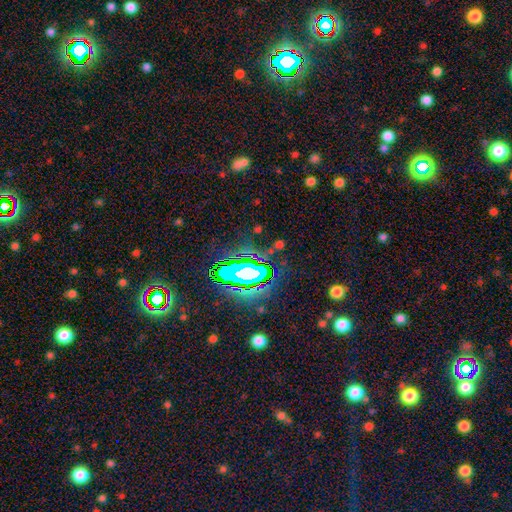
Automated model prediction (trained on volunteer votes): Smooth or featured: star or artifact — 76% (smooth — 16%)